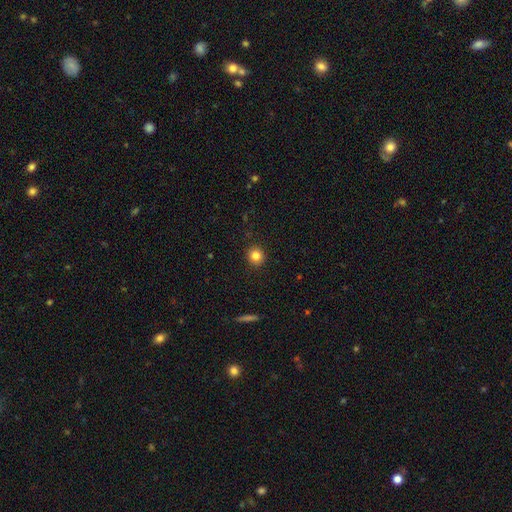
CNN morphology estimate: The model was most divided on "smooth or featured": smooth: 83%, star or artifact: 11%, featured or disk: 6%. More confident: merging — none (92%); how rounded — round (91%).